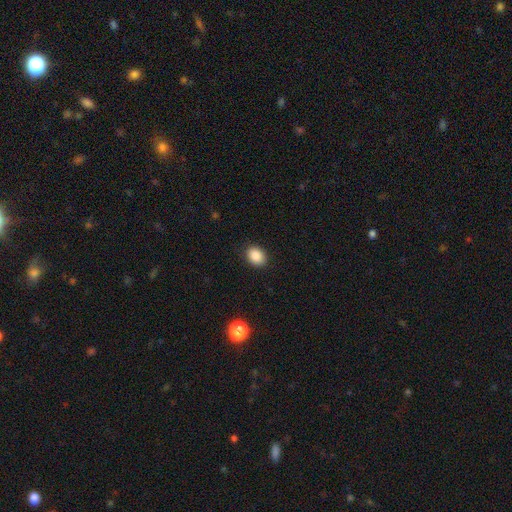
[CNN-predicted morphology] A smooth galaxy with no disk features (88%) that is in between round and cigar-shaped (65%).

Vote fractions:
- Smooth or featured? smooth: 88% / star or artifact: 9% / featured or disk: 3%
- How rounded? in between: 65% / round: 34% / cigar-shaped: 1%
- Merging? none: 88% / minor disturbance: 9% / major disturbance: 2% / merger: 1%